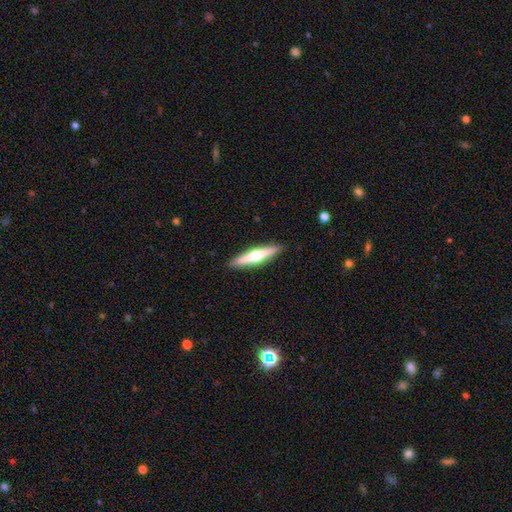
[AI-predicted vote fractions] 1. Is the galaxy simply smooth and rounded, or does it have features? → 60% featured or disk, 35% smooth, 5% star or artifact.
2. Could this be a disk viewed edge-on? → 96% yes, 4% no.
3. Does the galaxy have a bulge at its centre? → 93% rounded, 4% none, 3% boxy.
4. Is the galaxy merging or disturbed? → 91% none, 7% minor disturbance, 1% major disturbance, 1% merger.